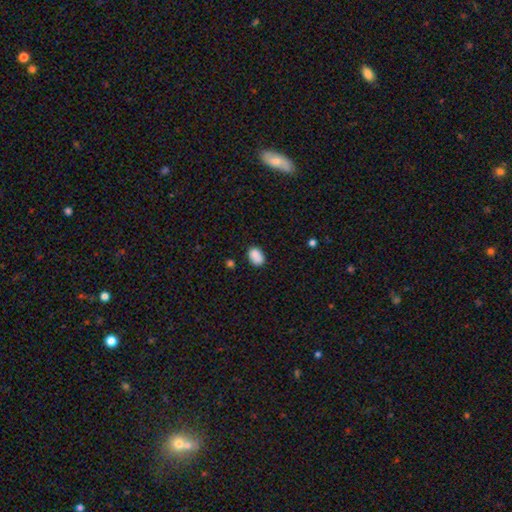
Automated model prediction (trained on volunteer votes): Smooth or featured? Predicted: smooth (p=0.85). How rounded? Predicted: in between (p=0.79). Merging? Predicted: none (p=0.71).